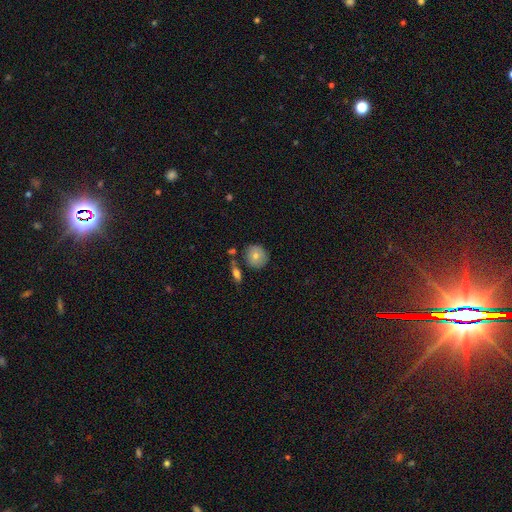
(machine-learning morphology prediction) Overall: smooth (74%). How rounded: round (87%). Merging: none (76%).